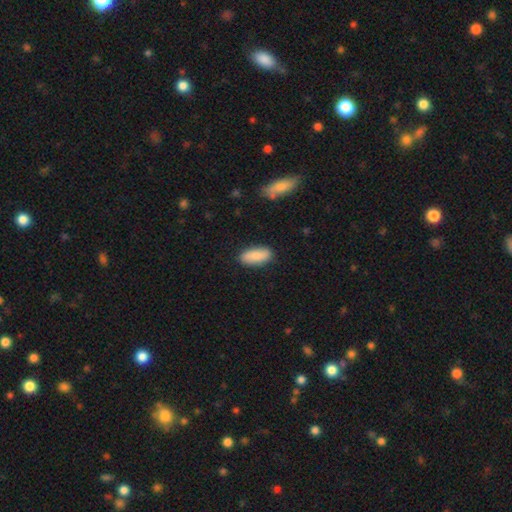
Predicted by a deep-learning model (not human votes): smooth 86%, featured or disk 8%, star or artifact 6%. Down the decision tree: how rounded — in between (82%); merging — none (86%).